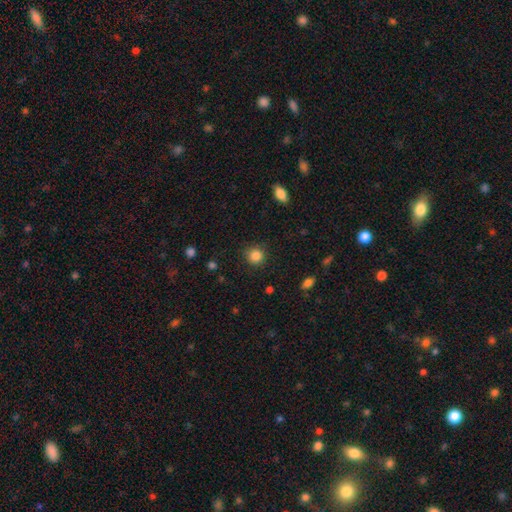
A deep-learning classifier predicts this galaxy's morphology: Smooth or featured? smooth (86%)
How rounded? round (92%)
Merging? none (87%)